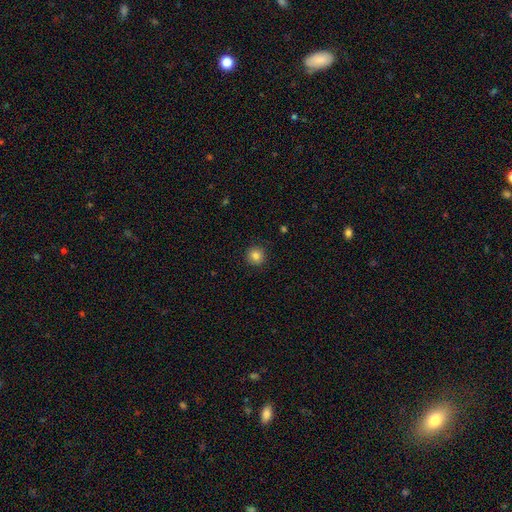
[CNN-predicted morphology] Smooth or featured? Predicted: smooth (p=0.83). How rounded? Predicted: round (p=0.95). Merging? Predicted: none (p=0.91).